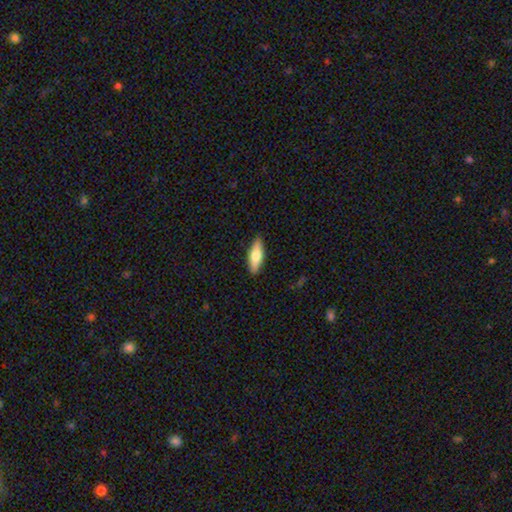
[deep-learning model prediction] Overall: smooth (65%; featured or disk 29%). How rounded: in between (54%; cigar-shaped 43%). Merging: none (89%).